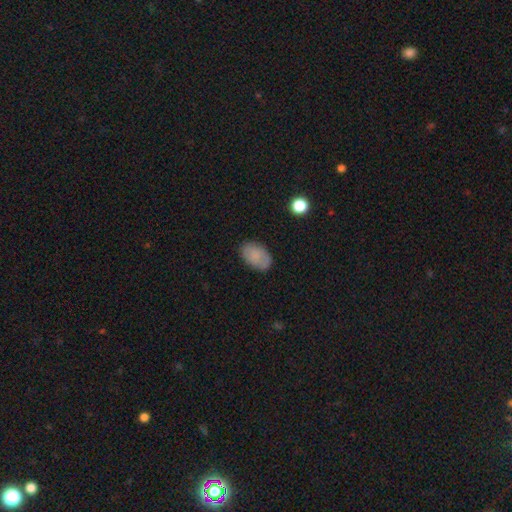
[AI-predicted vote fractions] Smooth or featured? smooth (80%)
How rounded? in between (88%)
Merging? none (81%)